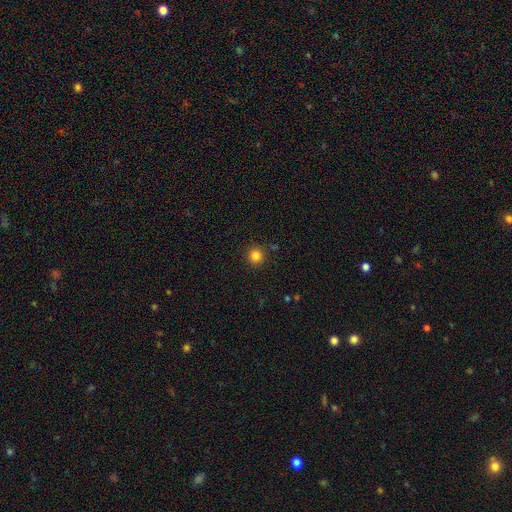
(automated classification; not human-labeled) This appears to be a smooth galaxy with no disk features (83%) that is round (93%). Merging: none (88%).